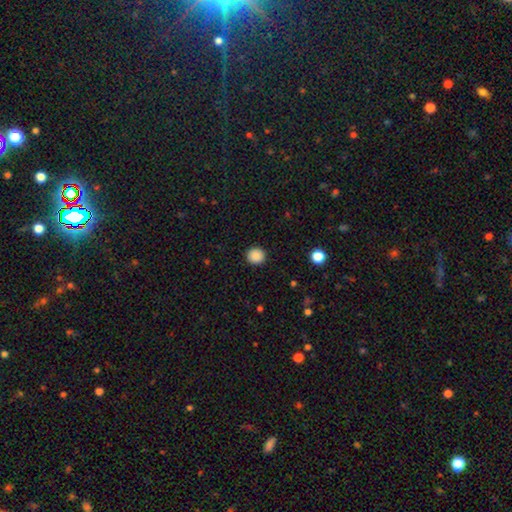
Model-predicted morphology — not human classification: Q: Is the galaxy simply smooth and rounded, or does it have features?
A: smooth — 87%.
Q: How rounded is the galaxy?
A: round — 91%.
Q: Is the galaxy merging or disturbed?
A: none — 92%.